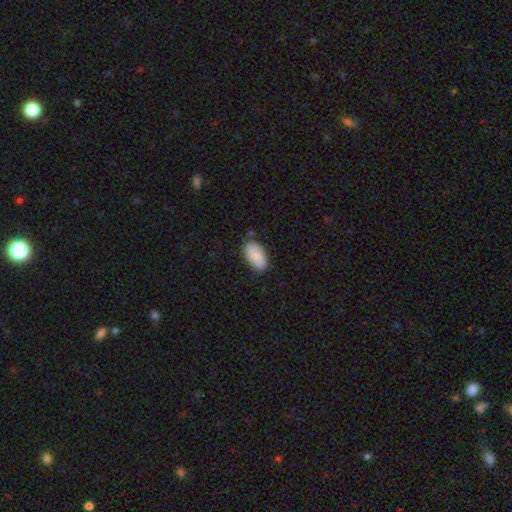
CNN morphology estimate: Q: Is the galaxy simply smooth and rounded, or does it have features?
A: smooth — 85%.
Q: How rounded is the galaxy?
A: in between — 95%.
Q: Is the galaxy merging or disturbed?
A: none — 80%.